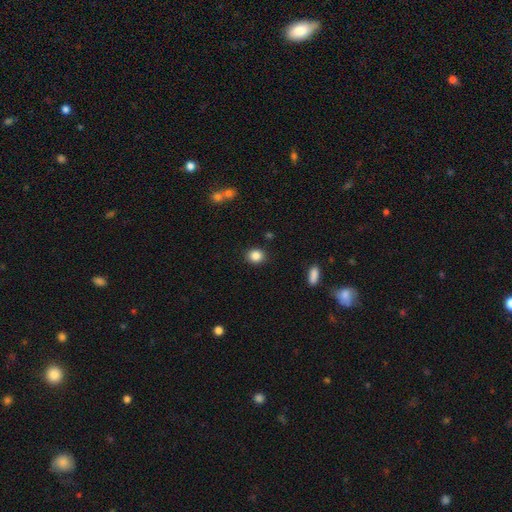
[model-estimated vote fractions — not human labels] This is clearly a smooth galaxy (86%). How rounded: likely round (74%). Merging: clearly none (89%).